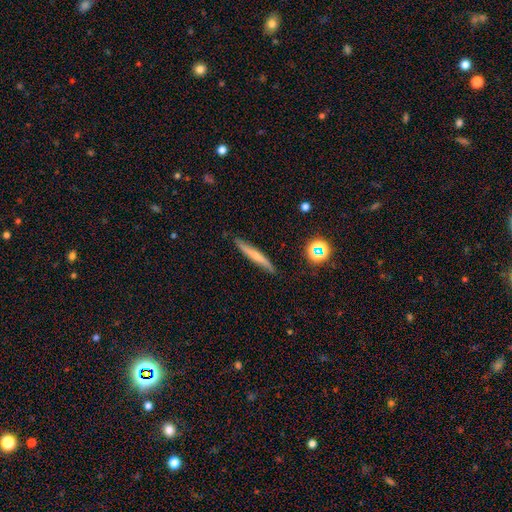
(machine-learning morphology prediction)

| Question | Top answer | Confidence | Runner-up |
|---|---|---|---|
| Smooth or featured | smooth | 52% | featured or disk (40%) |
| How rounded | cigar-shaped | 94% | in between (4%) |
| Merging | none | 85% | minor disturbance (12%) |